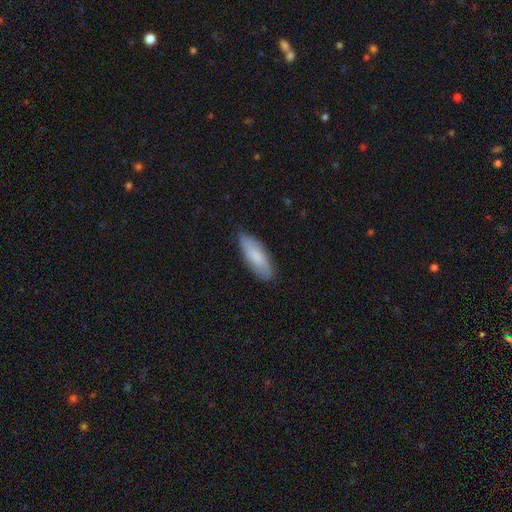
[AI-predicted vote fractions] smooth 75%, featured or disk 19%, star or artifact 6%. Down the decision tree: how rounded — in between (66%); merging — none (78%).